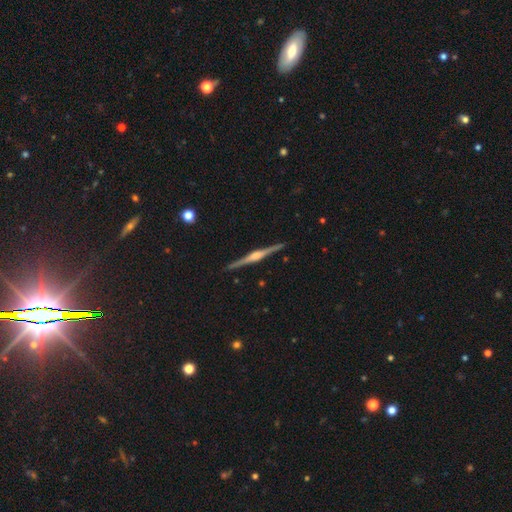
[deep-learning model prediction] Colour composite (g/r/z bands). It shows a featured or disk galaxy (85%) viewed edge-on (99%) with a rounded central bulge (74%). Merging: none (91%).